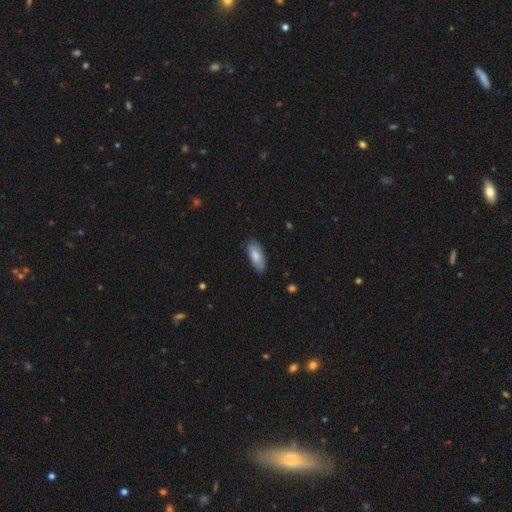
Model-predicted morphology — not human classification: smooth 81%, featured or disk 13%, star or artifact 6%. Down the decision tree: how rounded — in between (79%); merging — none (78%).